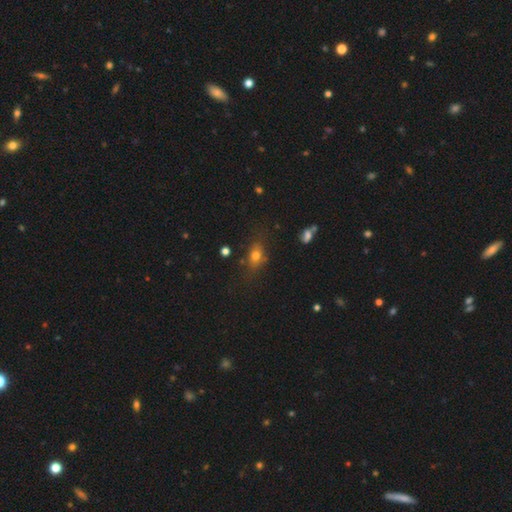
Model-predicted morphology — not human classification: Overall: smooth (72%). How rounded: in between (69%). Merging: none (72%).